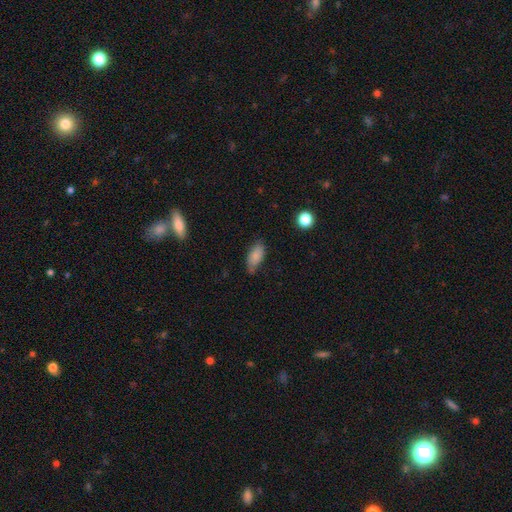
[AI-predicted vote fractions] A smooth galaxy with no disk features (83%) that is in between round and cigar-shaped (87%). Merging: none (67%).